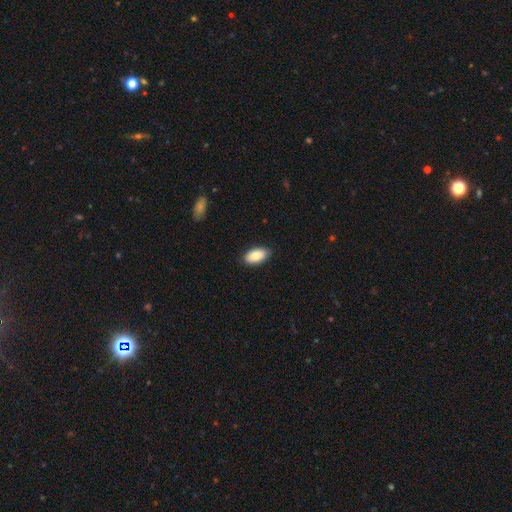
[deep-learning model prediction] Smooth or featured? smooth (84%)
How rounded? in between (94%)
Merging? none (88%)